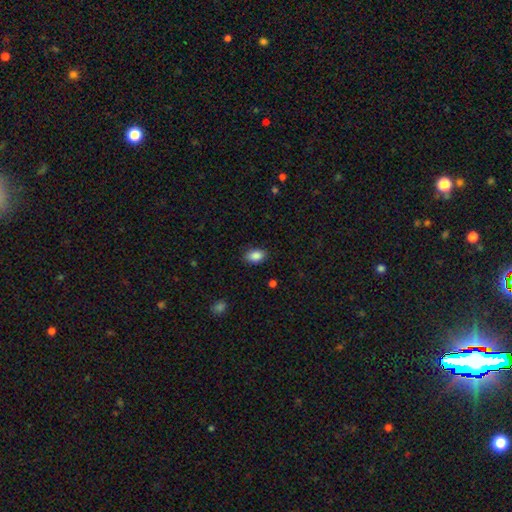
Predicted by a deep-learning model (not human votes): A smooth galaxy with no disk features (88%) that is in between round and cigar-shaped (88%).

Vote fractions:
- Smooth or featured? smooth: 88% / star or artifact: 8% / featured or disk: 4%
- How rounded? in between: 88% / round: 10% / cigar-shaped: 2%
- Merging? none: 87% / minor disturbance: 10% / major disturbance: 2% / merger: 1%